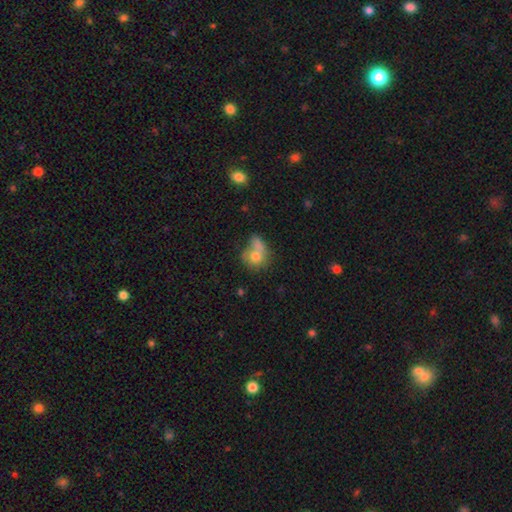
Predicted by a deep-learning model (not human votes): Q: Smooth or featured?
A: smooth (74%); runner-up: featured or disk (17%)
Q: How rounded?
A: round (69%); runner-up: in between (30%)
Q: Merging?
A: merger (47%); runner-up: none (30%)